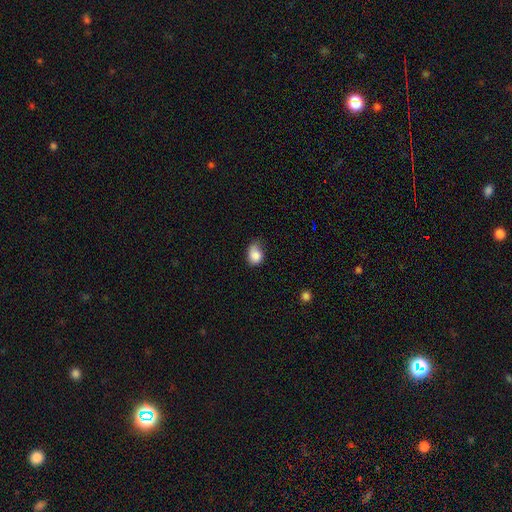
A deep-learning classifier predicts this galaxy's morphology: Smooth or featured?
  - smooth: 82% *
  - star or artifact: 9%
  - featured or disk: 9%
How rounded?
  - in between: 59% *
  - round: 40%
  - cigar-shaped: 1%
Merging?
  - none: 43% * (tied)
  - minor disturbance: 43% * (tied)
  - major disturbance: 11%
  - merger: 3%